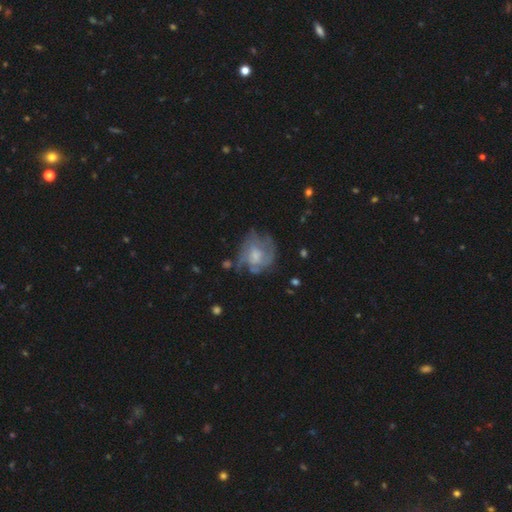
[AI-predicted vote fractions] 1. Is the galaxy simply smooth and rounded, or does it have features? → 66% featured or disk, 25% smooth, 8% star or artifact.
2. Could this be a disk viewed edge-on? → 98% no, 2% yes.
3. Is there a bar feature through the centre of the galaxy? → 67% no, 29% weak, 4% strong.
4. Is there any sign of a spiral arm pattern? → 74% yes, 26% no.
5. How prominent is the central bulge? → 40% small, 35% moderate, 17% none, 7% large, 1% dominant.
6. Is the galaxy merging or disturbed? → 52% none, 23% minor disturbance, 21% major disturbance, 3% merger.